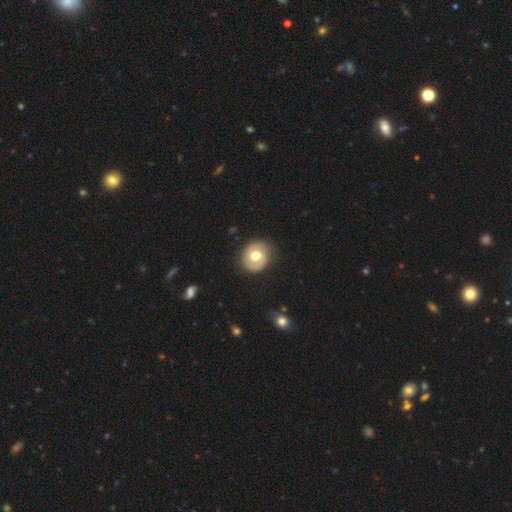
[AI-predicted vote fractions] This appears to be a smooth galaxy with no disk features (56%) that is round (78%). Merging: none (82%).